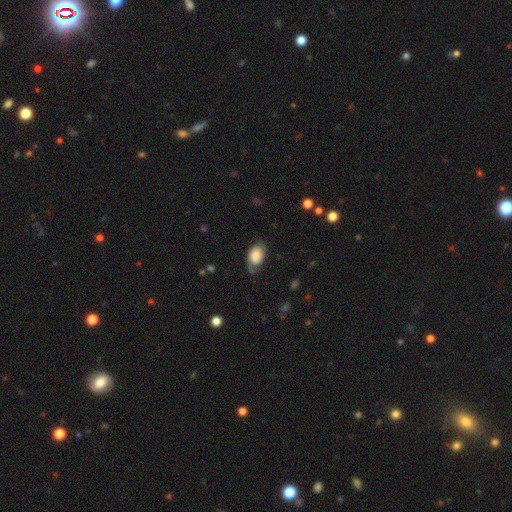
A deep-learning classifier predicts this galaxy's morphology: This is likely a smooth galaxy (60%). How rounded: clearly in between (89%). Merging: possibly none (52%).